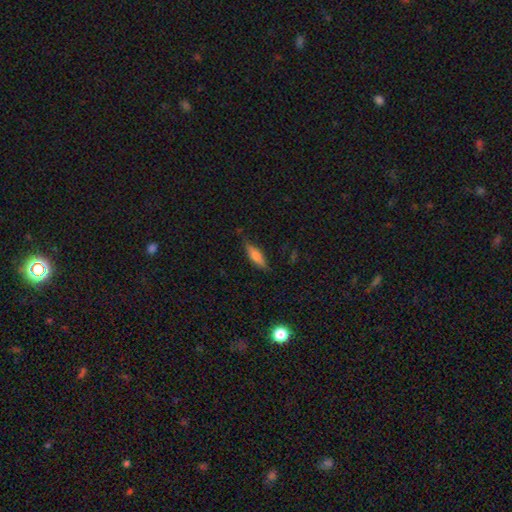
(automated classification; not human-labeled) A smooth galaxy with no disk features (67%) that is cigar-shaped (49%, tied with in between). Merging: none (77%).